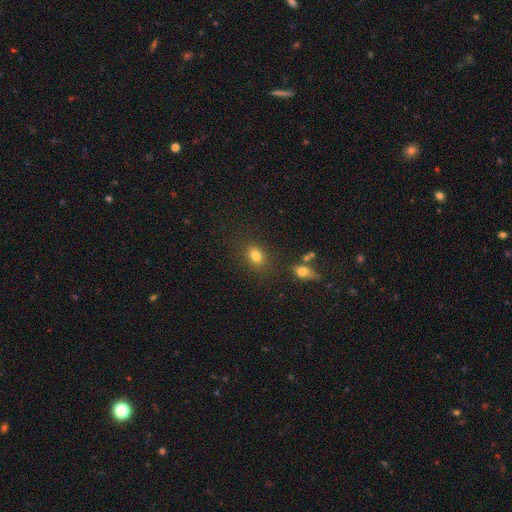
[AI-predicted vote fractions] Smooth or featured? Predicted: smooth (p=0.80). How rounded? Predicted: in between (p=0.66). Merging? Predicted: none (p=0.79).